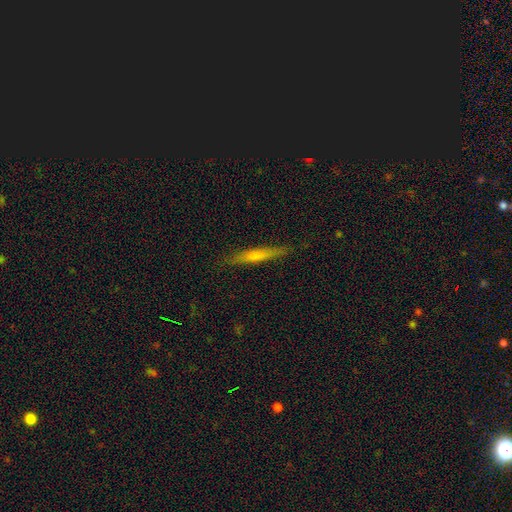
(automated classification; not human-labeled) This appears to be a smooth galaxy with no disk features (51%) that is cigar-shaped (94%). Merging: none (88%).